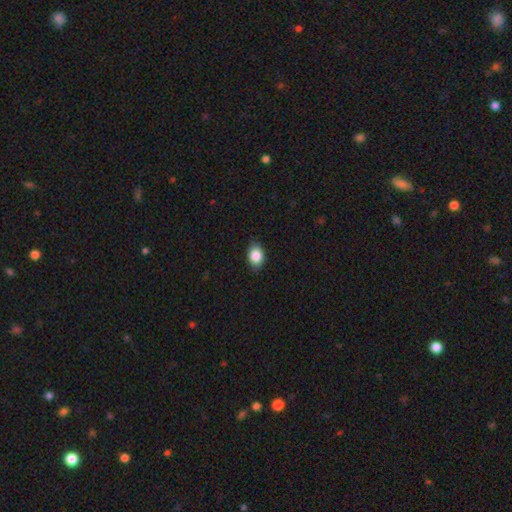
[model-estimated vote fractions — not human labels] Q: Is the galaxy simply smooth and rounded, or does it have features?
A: smooth — 86%.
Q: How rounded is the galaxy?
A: in between — 74%.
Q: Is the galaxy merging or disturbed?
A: none — 84%.